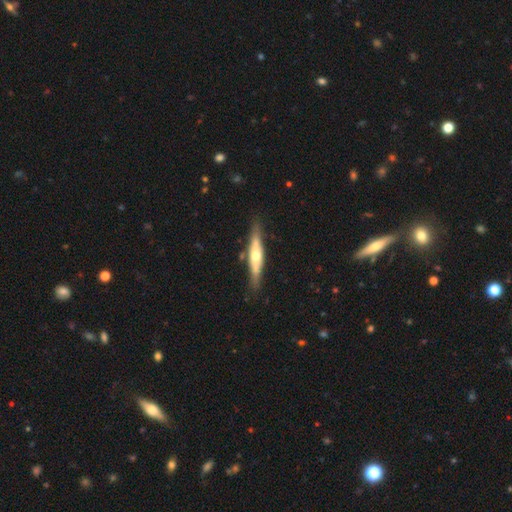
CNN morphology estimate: smooth-or-featured: featured or disk: 61% | smooth: 33% | star or artifact: 5%
  disk-edge-on: yes: 91% | no: 9%
    edge-on-bulge: rounded: 84% | boxy: 9% | none: 7%
  merging: none: 81% | minor disturbance: 13% | merger: 3% | major disturbance: 3%